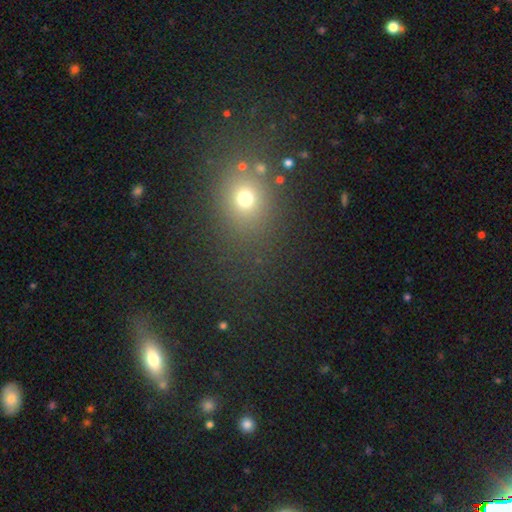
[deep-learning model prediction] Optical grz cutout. It shows a smooth galaxy with no disk features (54%) that is round (60%). Merging: none (78%).